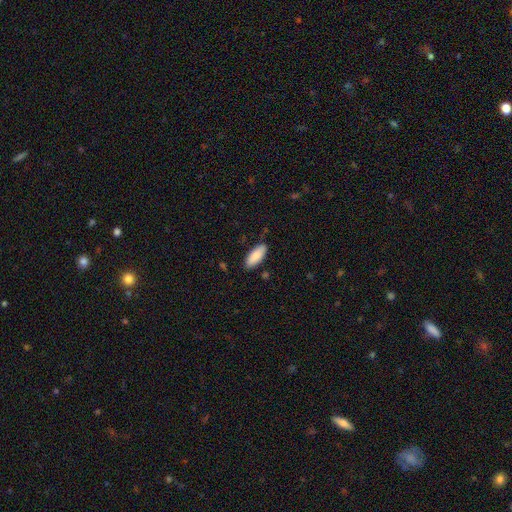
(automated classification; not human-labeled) Smooth or featured: smooth — 88% (featured or disk — 6%)
How rounded: in between — 80% (cigar-shaped — 18%)
Merging: none — 86% (minor disturbance — 10%)